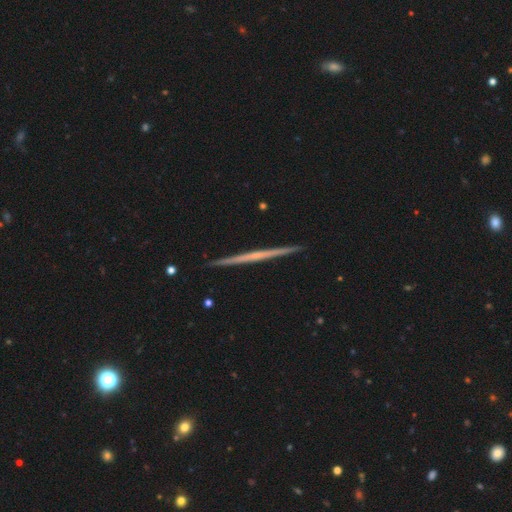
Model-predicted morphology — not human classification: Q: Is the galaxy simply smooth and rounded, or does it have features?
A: featured or disk — 70%.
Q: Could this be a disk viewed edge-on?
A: yes — 98%.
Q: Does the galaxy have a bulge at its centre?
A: none — 81%.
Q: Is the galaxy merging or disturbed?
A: none — 93%.